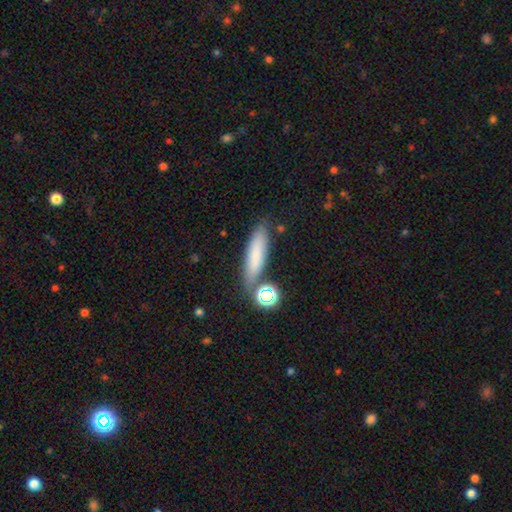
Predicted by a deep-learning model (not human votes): A smooth galaxy with no disk features (75%) that is cigar-shaped (68%).

Vote fractions:
- Smooth or featured? smooth: 75% / featured or disk: 14% / star or artifact: 11%
- How rounded? cigar-shaped: 68% / in between: 29% / round: 3%
- Merging? none: 74% / minor disturbance: 14% / merger: 8% / major disturbance: 4%